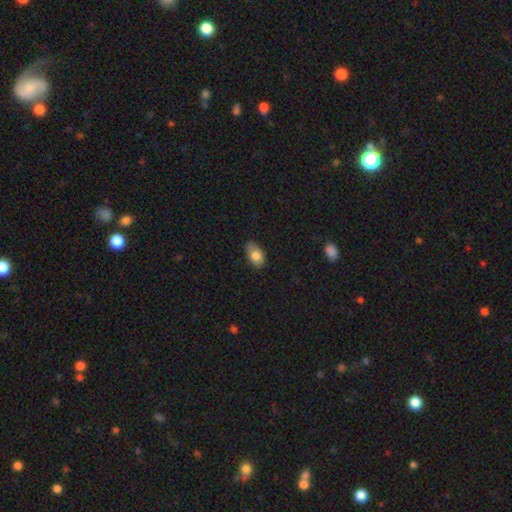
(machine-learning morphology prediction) smooth_or_featured: smooth (p=0.79) [alt: featured or disk p=0.13]
how_rounded: in between (p=0.87) [alt: round p=0.11]
merging: none (p=0.62) [alt: minor disturbance p=0.30]